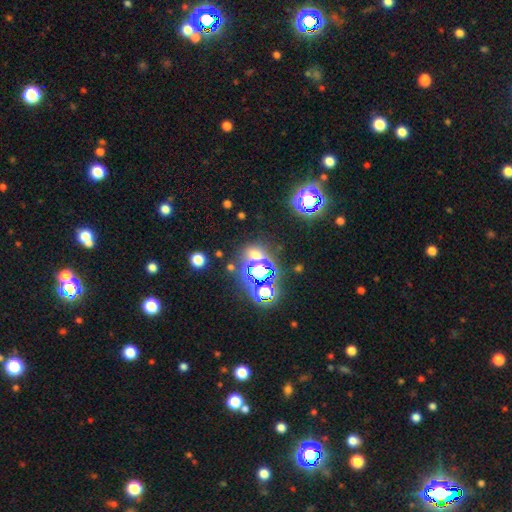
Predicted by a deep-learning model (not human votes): The model was most divided on "smooth or featured": star or artifact: 60%, smooth: 29%, featured or disk: 11%.